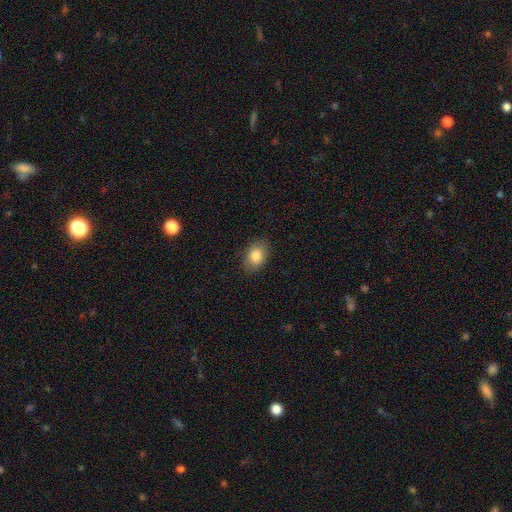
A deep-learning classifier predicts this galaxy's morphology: Smooth or featured? Predicted: smooth (p=0.84). How rounded? Predicted: in between (p=0.82). Merging? Predicted: none (p=0.85).